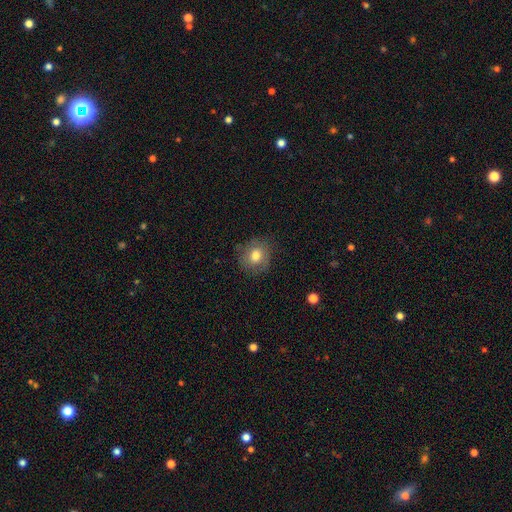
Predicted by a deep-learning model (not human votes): Smooth or featured: smooth — 74% (featured or disk — 17%)
How rounded: round — 76% (in between — 23%)
Merging: none — 79% (minor disturbance — 15%)